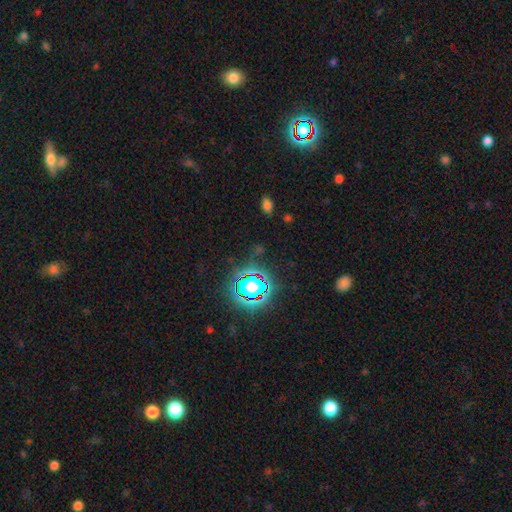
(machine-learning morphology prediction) type=star or artifact (71%).